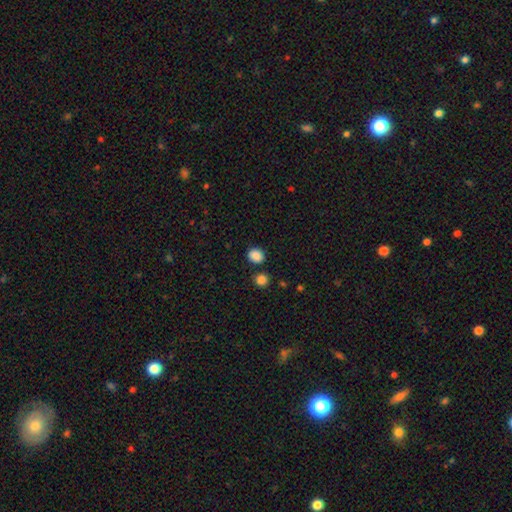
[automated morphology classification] smooth_or_featured: smooth (p=0.87) [alt: star or artifact p=0.10]
how_rounded: round (p=0.57) [alt: in between p=0.42]
merging: none (p=0.81) [alt: minor disturbance p=0.10]